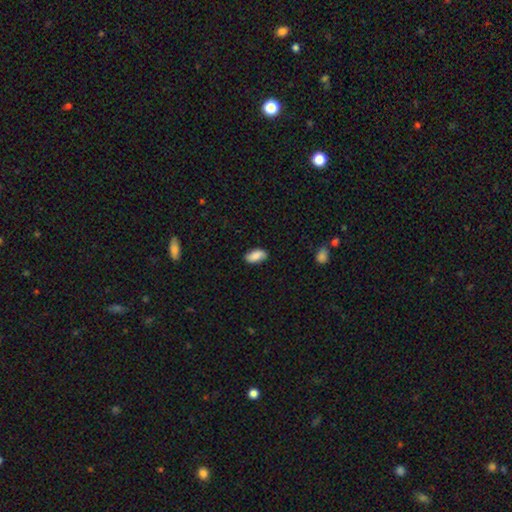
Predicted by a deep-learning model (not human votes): Smooth or featured? smooth (86%)
How rounded? in between (92%)
Merging? none (86%)